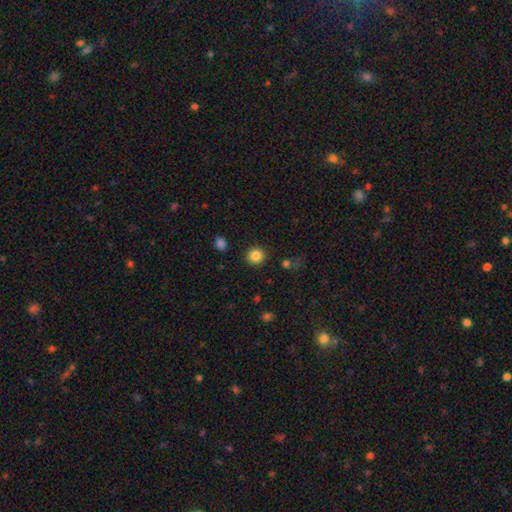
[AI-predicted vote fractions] A smooth galaxy with no disk features (85%) that is round (93%). Merging: none (90%).